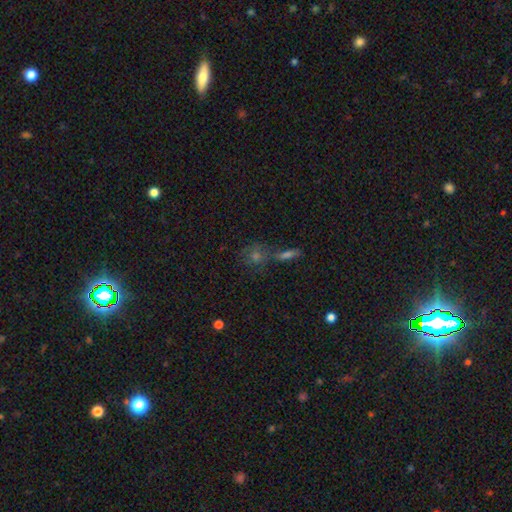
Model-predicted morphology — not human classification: This appears to be a smooth galaxy with no disk features (51%) that is round (76%). Merging: none (55%).